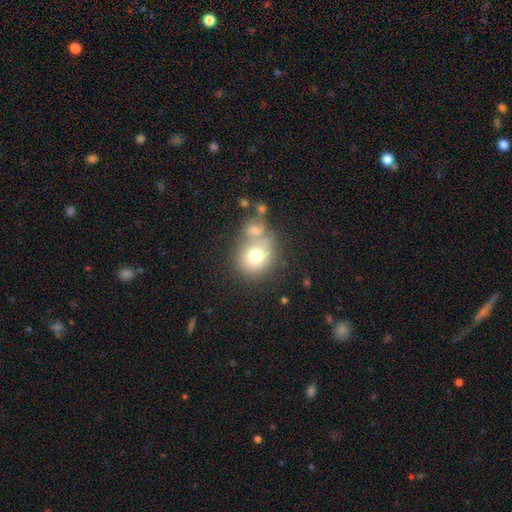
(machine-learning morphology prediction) Q: Smooth or featured?
A: smooth (73%); runner-up: featured or disk (17%)
Q: How rounded?
A: round (74%); runner-up: in between (25%)
Q: Merging?
A: none (47%); runner-up: merger (35%)